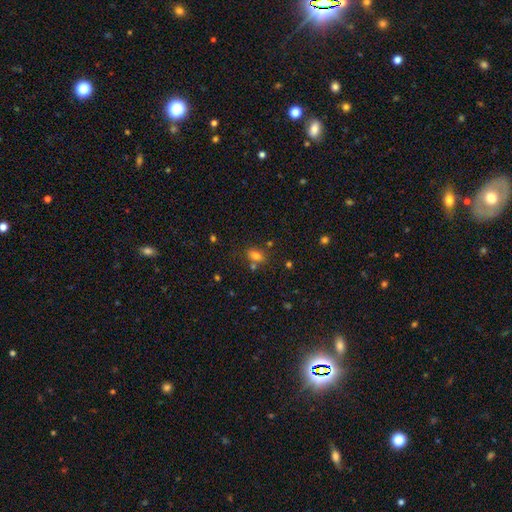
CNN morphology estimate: A smooth galaxy with no disk features (73%) that is in between round and cigar-shaped (73%).

Vote fractions:
- Smooth or featured? smooth: 73% / star or artifact: 16% / featured or disk: 12%
- How rounded? in between: 73% / round: 23% / cigar-shaped: 4%
- Merging? none: 63% / merger: 17% / minor disturbance: 15% / major disturbance: 5%